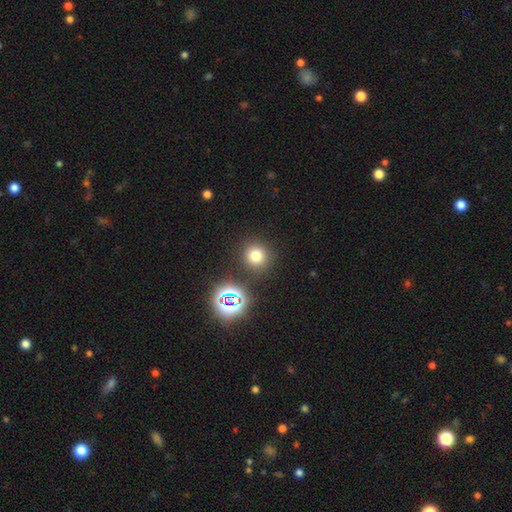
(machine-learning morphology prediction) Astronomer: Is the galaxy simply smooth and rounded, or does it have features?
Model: smooth — 70%.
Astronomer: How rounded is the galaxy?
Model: round — 92%.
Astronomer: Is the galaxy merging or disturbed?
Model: none — 86%.